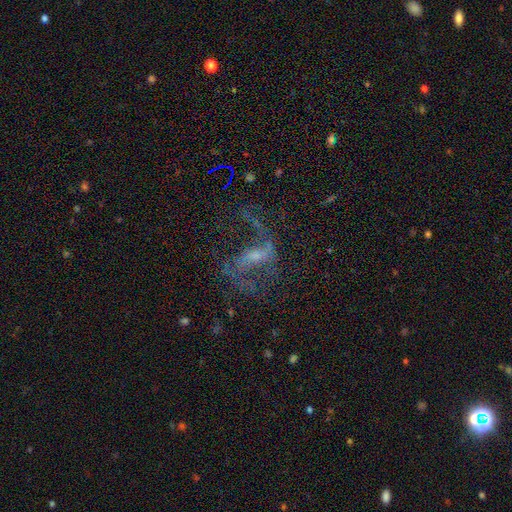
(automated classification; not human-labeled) The model was most divided on "bulge size": small: 45%, moderate: 33%, none: 15%, large: 5%, dominant: 1%. Remaining: edge-on disk — no (94%); spiral arms — yes (82%); spiral arm count — 2 (77%); smooth or featured — featured or disk (75%); spiral winding — loose (66%); merging — none (51%); bar — weak (45%).